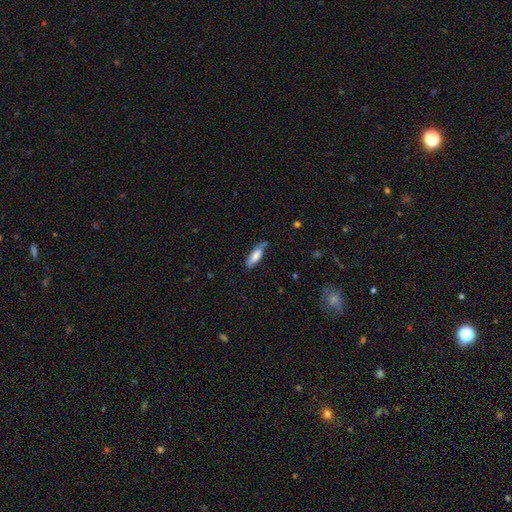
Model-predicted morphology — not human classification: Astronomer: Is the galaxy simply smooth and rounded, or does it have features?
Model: smooth — 73%.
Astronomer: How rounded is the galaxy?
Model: in between — 51% (runner-up: cigar-shaped, 47%).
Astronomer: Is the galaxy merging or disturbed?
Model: none — 64%.